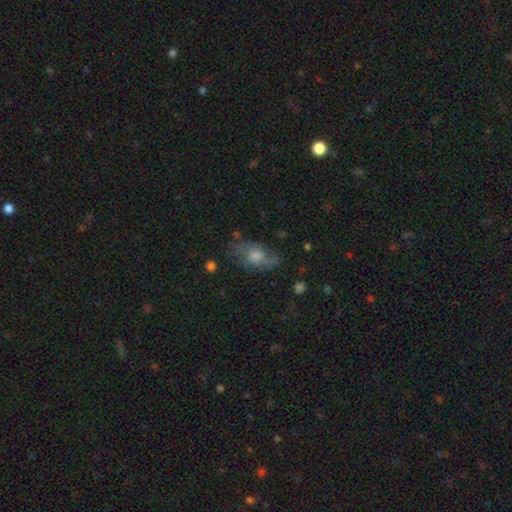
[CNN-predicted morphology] smooth-or-featured: featured or disk: 47% | smooth: 40% | star or artifact: 13%
  merging: none: 68% | minor disturbance: 21% | major disturbance: 9% | merger: 2%